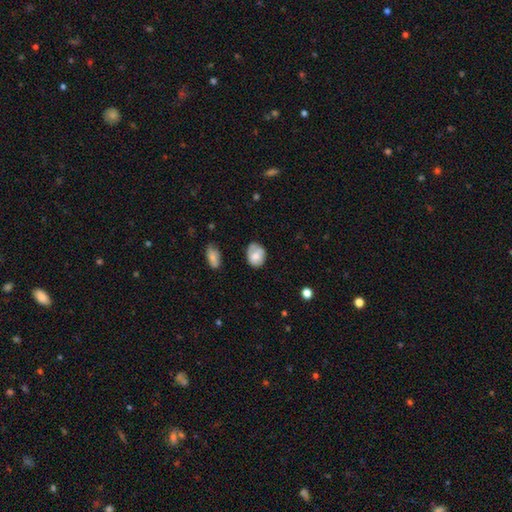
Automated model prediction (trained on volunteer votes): A smooth galaxy with no disk features (70%) that is in between round and cigar-shaped (60%).

Vote fractions:
- Smooth or featured? smooth: 70% / featured or disk: 23% / star or artifact: 8%
- How rounded? in between: 60% / round: 39% / cigar-shaped: 1%
- Merging? none: 52% / minor disturbance: 33% / major disturbance: 11% / merger: 5%